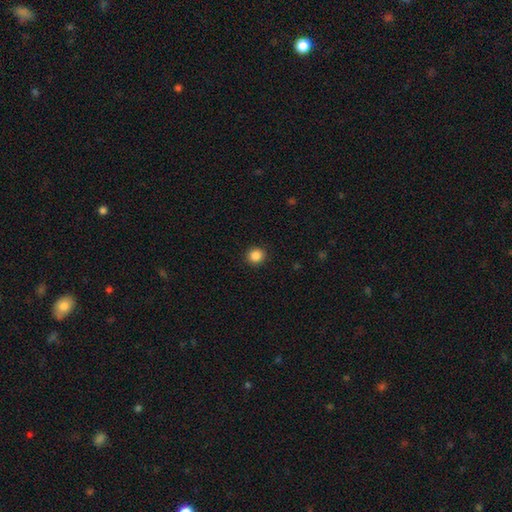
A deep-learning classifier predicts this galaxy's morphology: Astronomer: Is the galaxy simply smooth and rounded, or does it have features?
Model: smooth — 86%.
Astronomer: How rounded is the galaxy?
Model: round — 91%.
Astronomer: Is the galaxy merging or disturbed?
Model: none — 92%.